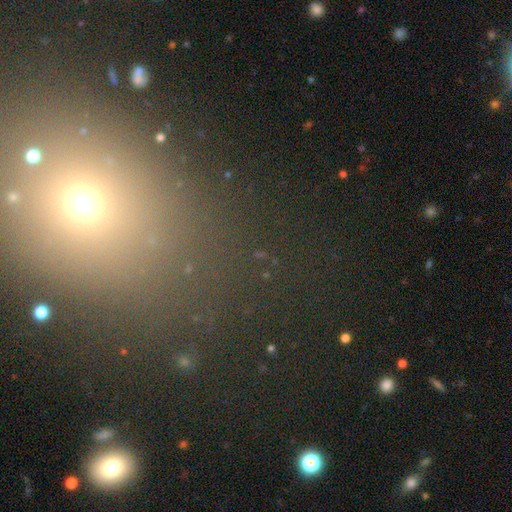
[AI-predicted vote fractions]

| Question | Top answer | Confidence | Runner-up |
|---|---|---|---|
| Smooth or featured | smooth | 48% | star or artifact (42%) |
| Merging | none | 79% | minor disturbance (9%) |